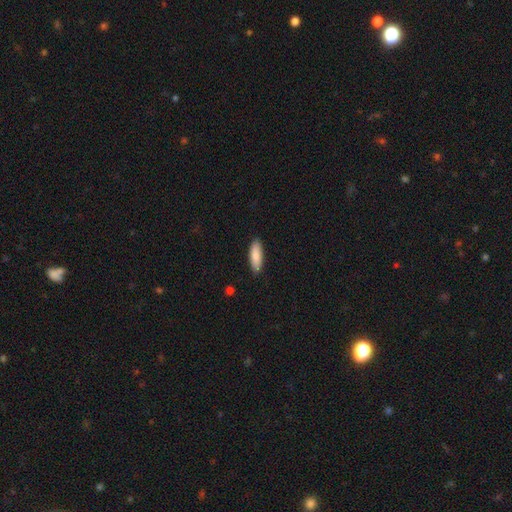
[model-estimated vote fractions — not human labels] Smooth or featured: smooth — 85% (featured or disk — 10%)
How rounded: in between — 56% (cigar-shaped — 42%)
Merging: none — 88% (minor disturbance — 10%)